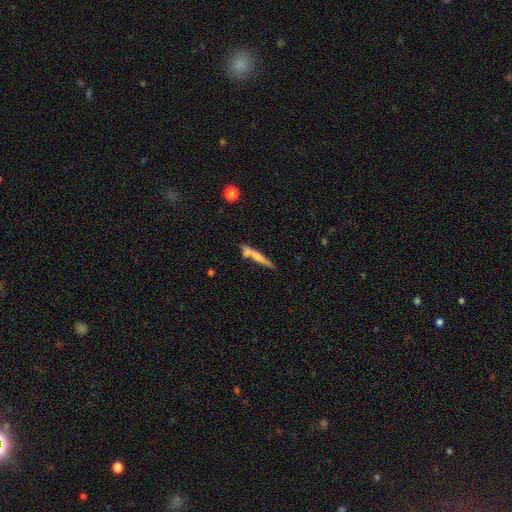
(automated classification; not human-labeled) This appears to be a smooth galaxy with no disk features (52%) that is cigar-shaped (92%). Merging: none (61%).